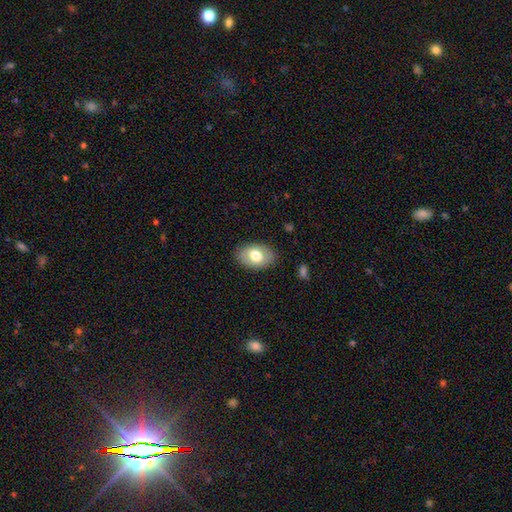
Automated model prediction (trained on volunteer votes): smooth 72%, featured or disk 21%, star or artifact 7%. Down the decision tree: how rounded — in between (86%); merging — none (85%).